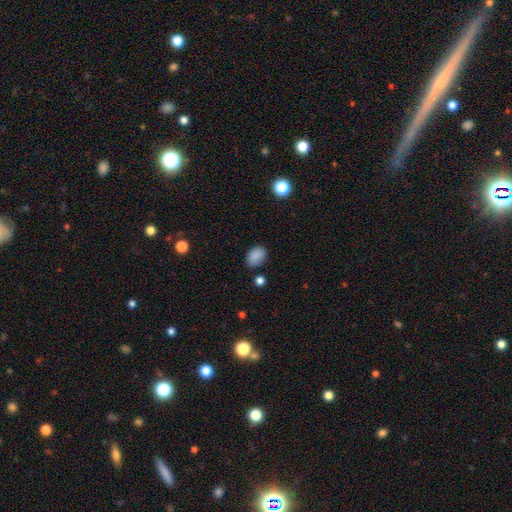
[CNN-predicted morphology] A smooth galaxy with no disk features (87%) that is in between round and cigar-shaped (82%).

Vote fractions:
- Smooth or featured? smooth: 87% / star or artifact: 10% / featured or disk: 4%
- How rounded? in between: 82% / round: 17% / cigar-shaped: 1%
- Merging? none: 81% / minor disturbance: 14% / major disturbance: 3% / merger: 3%